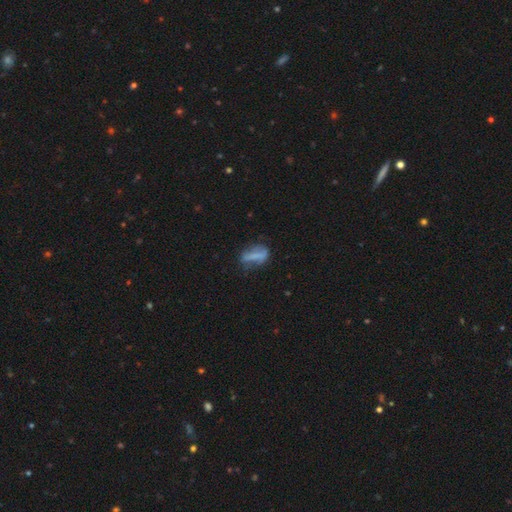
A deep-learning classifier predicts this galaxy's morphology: A smooth galaxy with no disk features (52%) that is in between round and cigar-shaped (60%).

Vote fractions:
- Smooth or featured? smooth: 52% / featured or disk: 36% / star or artifact: 11%
- How rounded? in between: 60% / cigar-shaped: 33% / round: 7%
- Merging? none: 50% / minor disturbance: 28% / major disturbance: 17% / merger: 4%